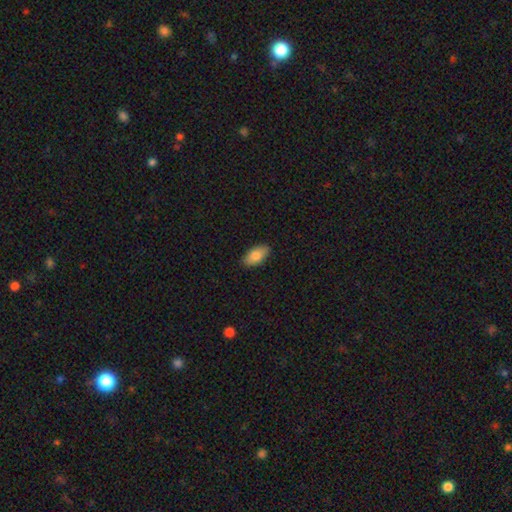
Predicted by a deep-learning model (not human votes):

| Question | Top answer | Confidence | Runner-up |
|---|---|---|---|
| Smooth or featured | smooth | 82% | featured or disk (11%) |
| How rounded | in between | 93% | cigar-shaped (4%) |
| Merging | none | 89% | minor disturbance (9%) |